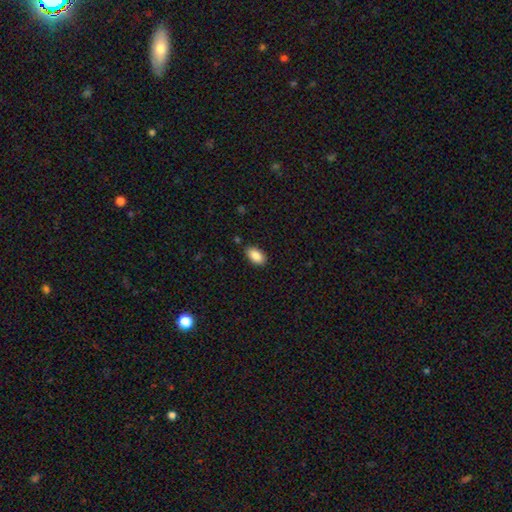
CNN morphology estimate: Overall: smooth (89%). How rounded: in between (94%). Merging: none (85%).